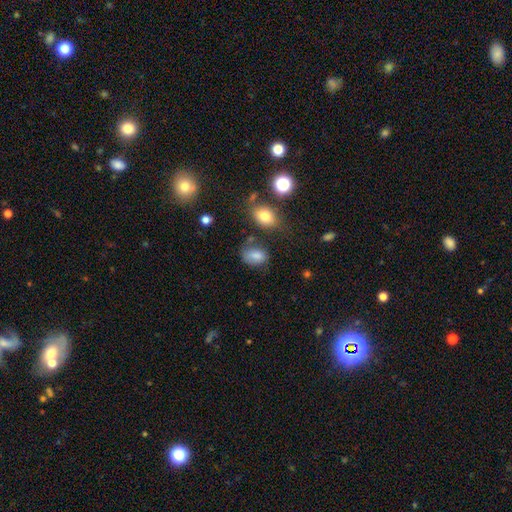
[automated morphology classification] smooth-or-featured: smooth: 80% | star or artifact: 12% | featured or disk: 9%
  how-rounded: in between: 82% | round: 17% | cigar-shaped: 2%
  merging: none: 61% | minor disturbance: 24% | major disturbance: 8% | merger: 7%